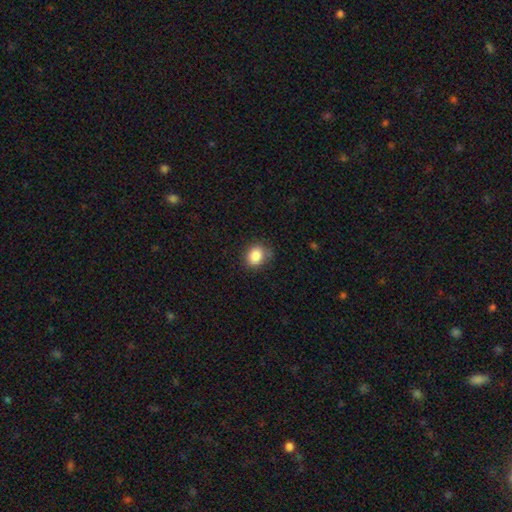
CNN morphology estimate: A smooth galaxy with no disk features (85%) that is round (64%). Merging: none (76%).